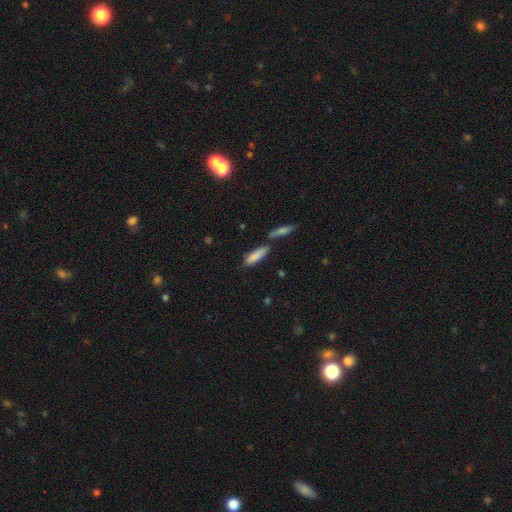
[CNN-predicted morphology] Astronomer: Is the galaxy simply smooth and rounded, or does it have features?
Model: smooth — 82%.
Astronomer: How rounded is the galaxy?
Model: cigar-shaped — 59% (runner-up: in between, 39%).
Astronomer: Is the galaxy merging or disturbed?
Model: none — 62%.